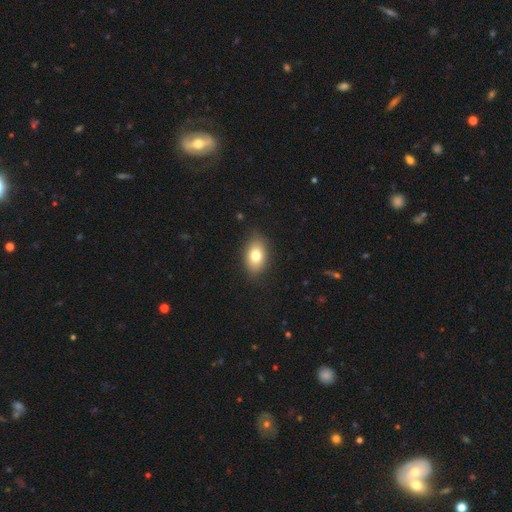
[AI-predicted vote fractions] This appears to be a smooth galaxy with no disk features (77%) that is in between round and cigar-shaped (86%). Merging: none (81%).